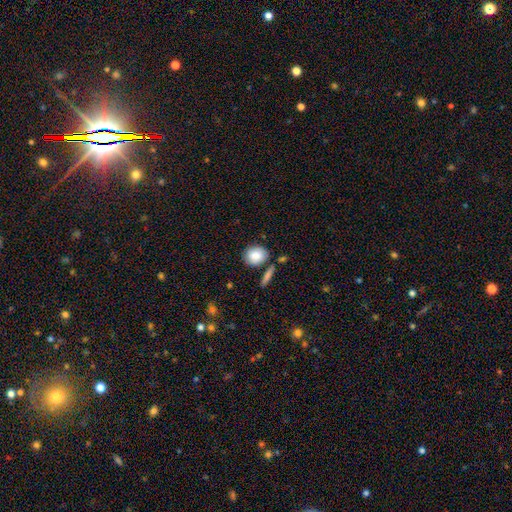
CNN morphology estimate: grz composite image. It shows a smooth galaxy with no disk features (85%) that is round (57%). Merging: none (75%).